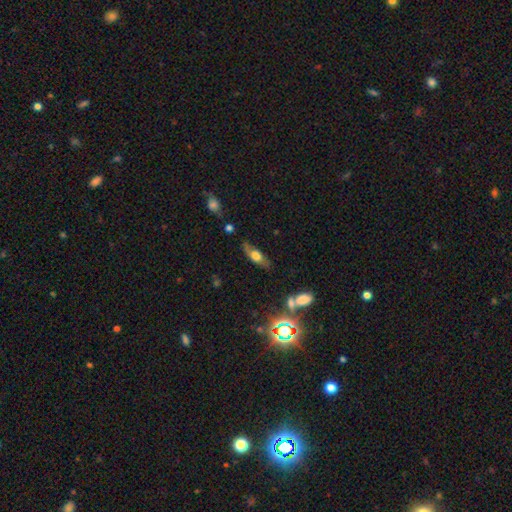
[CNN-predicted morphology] smooth_or_featured: smooth (p=0.48) [alt: featured or disk p=0.42]
merging: none (p=0.71) [alt: minor disturbance p=0.20]